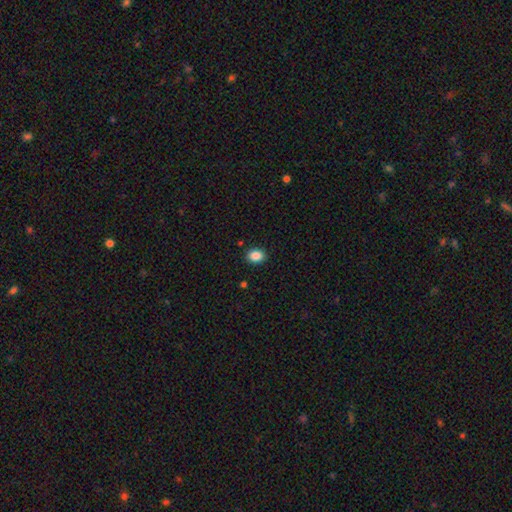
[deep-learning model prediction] Smooth or featured: smooth — 88% (star or artifact — 9%)
How rounded: in between — 61% (round — 38%)
Merging: none — 88% (minor disturbance — 9%)